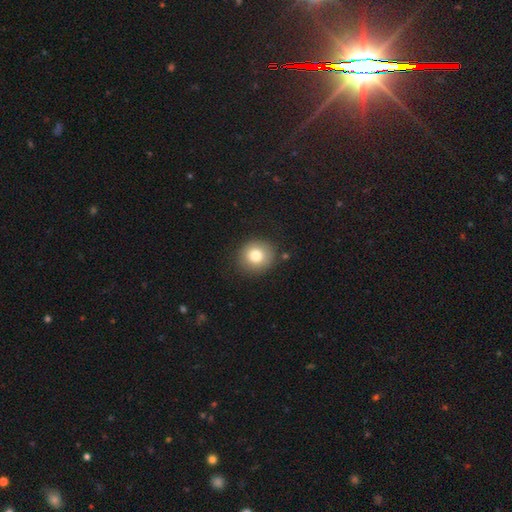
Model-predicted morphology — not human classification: The model was most divided on "smooth or featured": smooth: 79%, featured or disk: 11%, star or artifact: 10%. More confident: how rounded — round (89%); merging — none (88%).